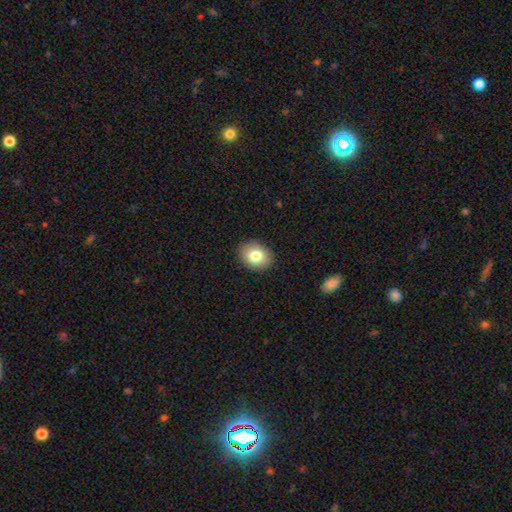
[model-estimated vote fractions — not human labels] Q: Smooth or featured?
A: smooth (80%); runner-up: featured or disk (11%)
Q: How rounded?
A: in between (62%); runner-up: round (37%)
Q: Merging?
A: none (89%); runner-up: minor disturbance (8%)